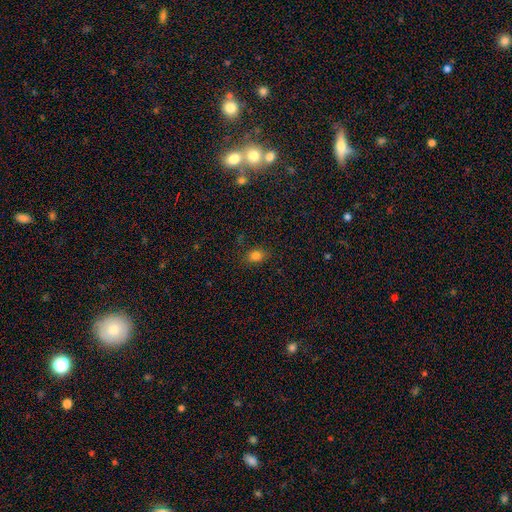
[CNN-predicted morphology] type=smooth (80%); roundness=in between (57%); merging=none (84%).